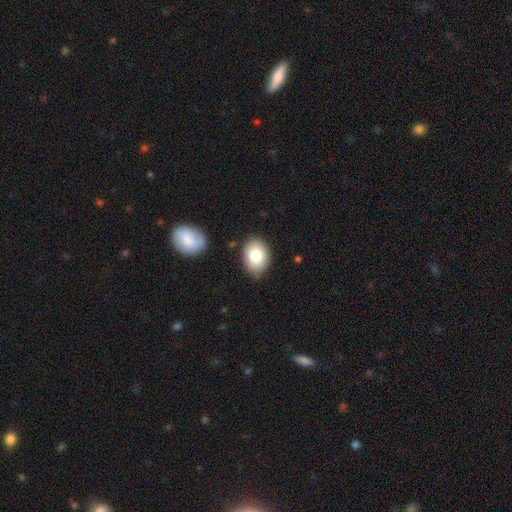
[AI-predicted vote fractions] This appears to be a smooth galaxy with no disk features (81%) that is in between round and cigar-shaped (75%). Merging: none (81%).